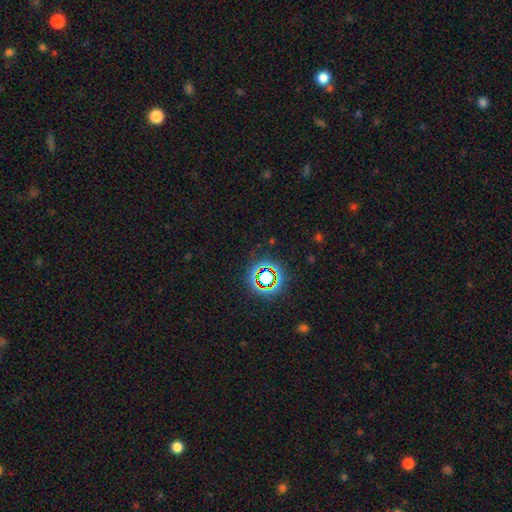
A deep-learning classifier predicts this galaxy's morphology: smooth-or-featured: star or artifact: 48% | smooth: 40% | featured or disk: 12%